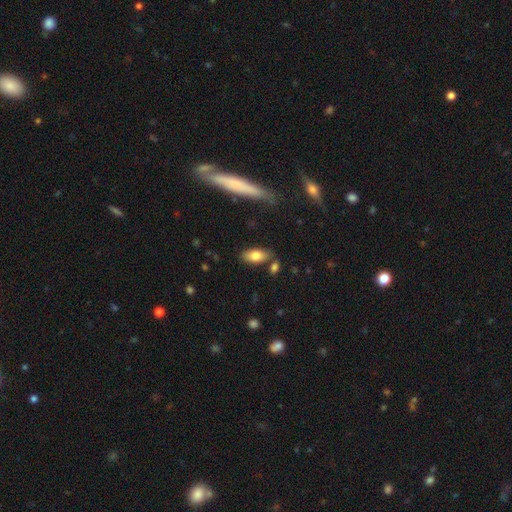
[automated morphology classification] Smooth or featured: smooth — 79% (featured or disk — 13%)
How rounded: in between — 88% (cigar-shaped — 9%)
Merging: none — 78% (minor disturbance — 12%)